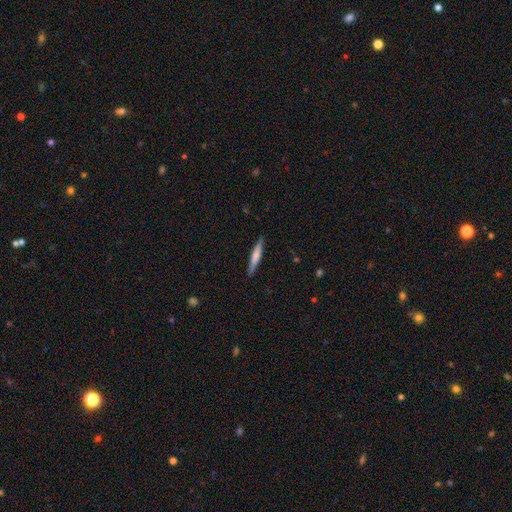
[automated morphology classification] Smooth or featured?
  - smooth: 61% *
  - featured or disk: 34%
  - star or artifact: 6%
How rounded?
  - cigar-shaped: 93% *
  - in between: 5%
  - round: 1%
Merging?
  - none: 89% *
  - minor disturbance: 9%
  - major disturbance: 2%
  - merger: 1%